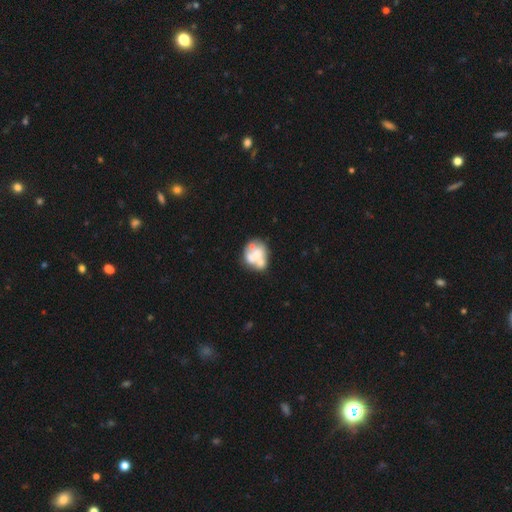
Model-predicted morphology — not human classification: featured or disk 50%, smooth 42%, star or artifact 9%. Down the decision tree: merging — merger (40%).